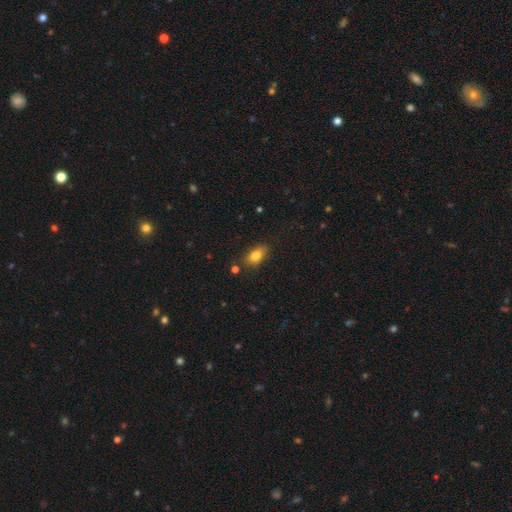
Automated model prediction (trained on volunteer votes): smooth_or_featured: smooth (p=0.81) [alt: featured or disk p=0.10]
how_rounded: in between (p=0.87) [alt: round p=0.08]
merging: none (p=0.81) [alt: minor disturbance p=0.13]